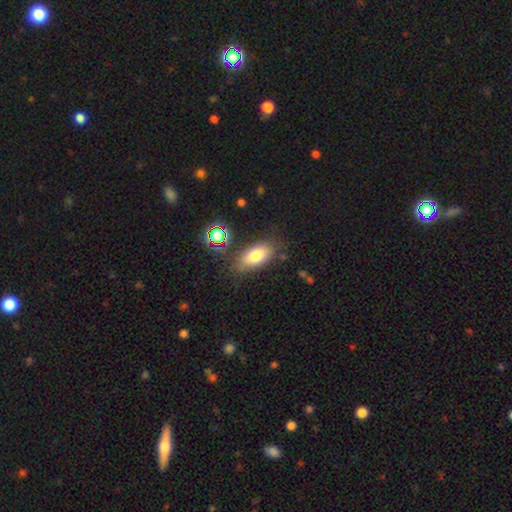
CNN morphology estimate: A smooth galaxy with no disk features (75%) that is in between round and cigar-shaped (85%). Merging: none (75%).